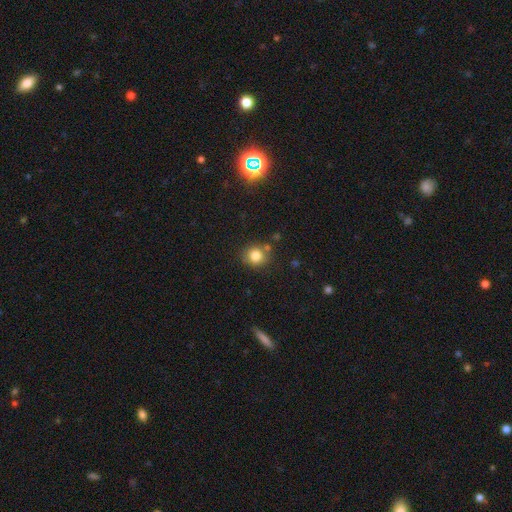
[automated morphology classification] This appears to be a smooth galaxy with no disk features (81%) that is round (86%). Merging: none (74%).